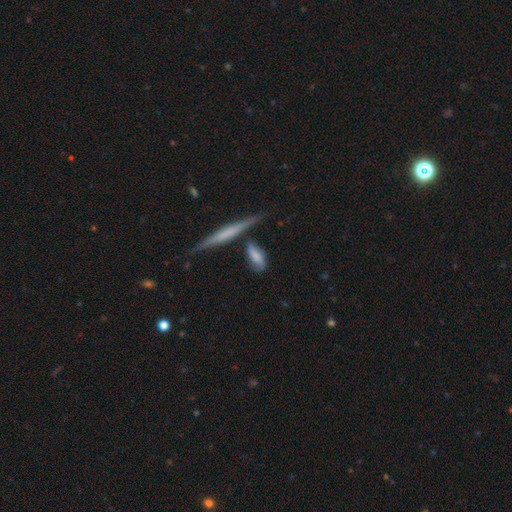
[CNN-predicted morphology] This is likely a smooth galaxy (65%). How rounded: likely in between (61%). Merging: possibly none (50%).